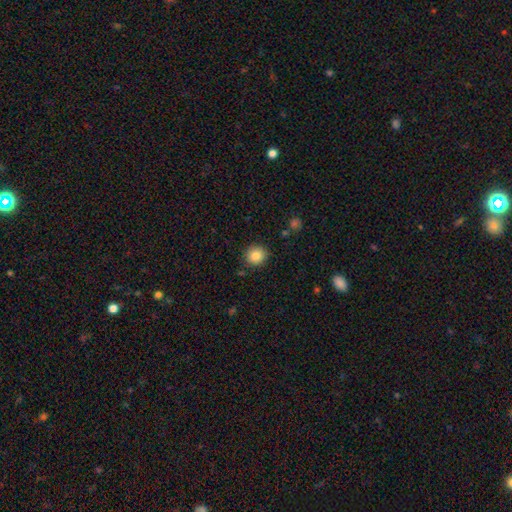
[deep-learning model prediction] A smooth galaxy with no disk features (85%) that is round (91%). Merging: none (88%).